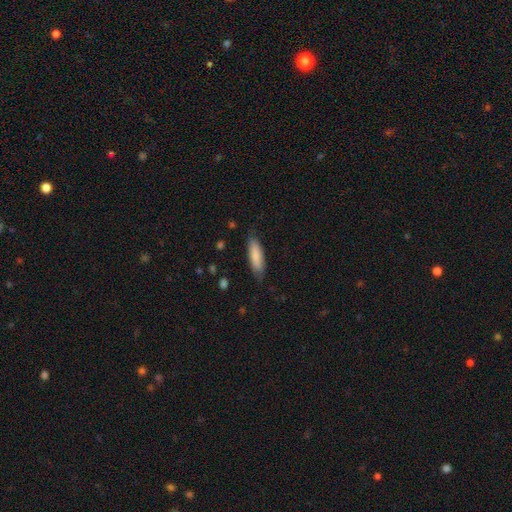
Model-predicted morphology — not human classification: Smooth or featured?
  - smooth: 84% *
  - featured or disk: 10%
  - star or artifact: 6%
How rounded?
  - cigar-shaped: 58% *
  - in between: 41%
  - round: 1%
Merging?
  - none: 80% *
  - minor disturbance: 16%
  - major disturbance: 3%
  - merger: 1%